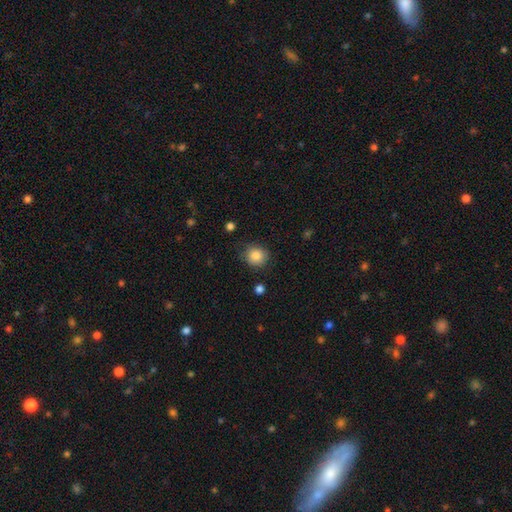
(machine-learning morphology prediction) A smooth galaxy with no disk features (85%) that is round (87%). Merging: none (81%).